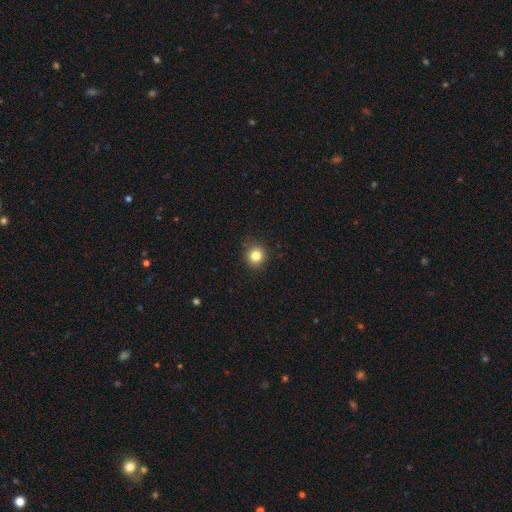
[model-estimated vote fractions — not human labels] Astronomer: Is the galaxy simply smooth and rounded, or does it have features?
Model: smooth — 82%.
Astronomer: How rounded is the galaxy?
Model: round — 90%.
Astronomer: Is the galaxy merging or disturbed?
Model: none — 88%.